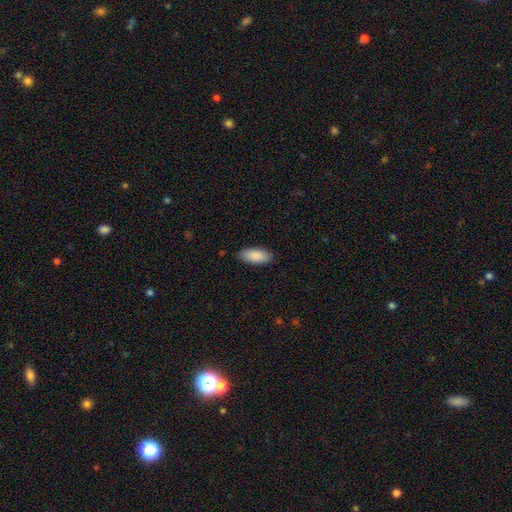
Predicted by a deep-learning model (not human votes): smooth-or-featured: smooth: 89% | star or artifact: 6% | featured or disk: 5%
  how-rounded: in between: 87% | cigar-shaped: 11% | round: 2%
  merging: none: 87% | minor disturbance: 10% | major disturbance: 2% | merger: 1%